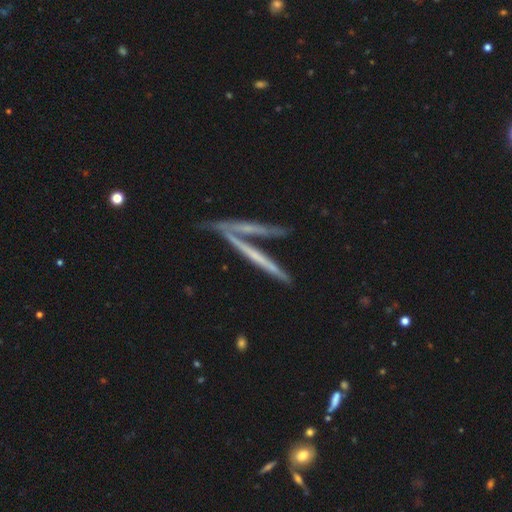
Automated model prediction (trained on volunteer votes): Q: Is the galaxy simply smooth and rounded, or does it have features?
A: featured or disk — 64%.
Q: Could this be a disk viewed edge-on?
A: yes — 83%.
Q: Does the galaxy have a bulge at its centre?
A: none — 78%.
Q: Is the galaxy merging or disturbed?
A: none — 48%.